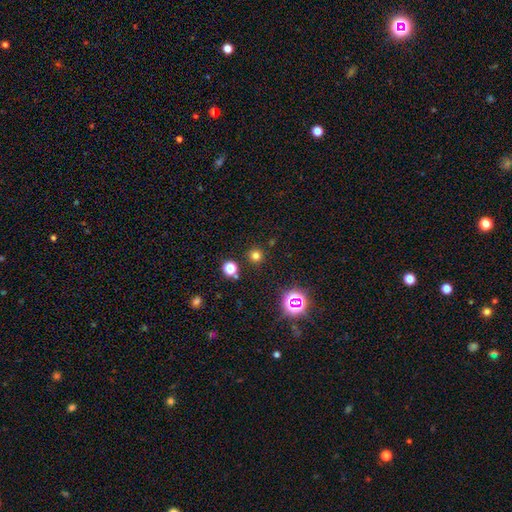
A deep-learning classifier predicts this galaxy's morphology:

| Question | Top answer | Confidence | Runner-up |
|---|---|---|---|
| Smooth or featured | smooth | 73% | star or artifact (22%) |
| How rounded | round | 95% | in between (4%) |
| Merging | none | 89% | minor disturbance (6%) |